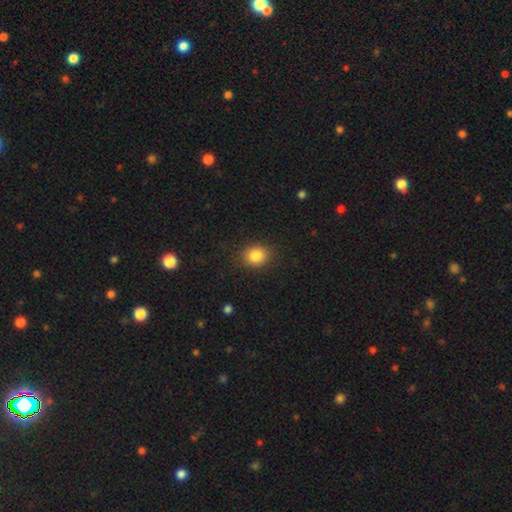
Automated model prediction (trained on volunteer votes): This is clearly a smooth galaxy (85%). How rounded: possibly round (59%). Merging: clearly none (86%).